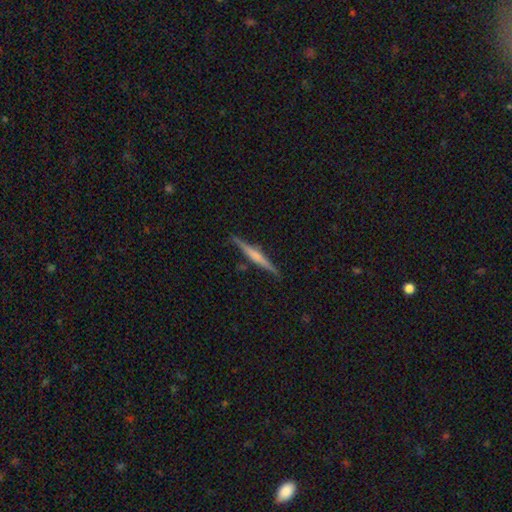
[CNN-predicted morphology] Smooth or featured? featured or disk (65%)
Edge-on disk? yes (98%)
Edge-on bulge? rounded (49%)
Merging? none (89%)